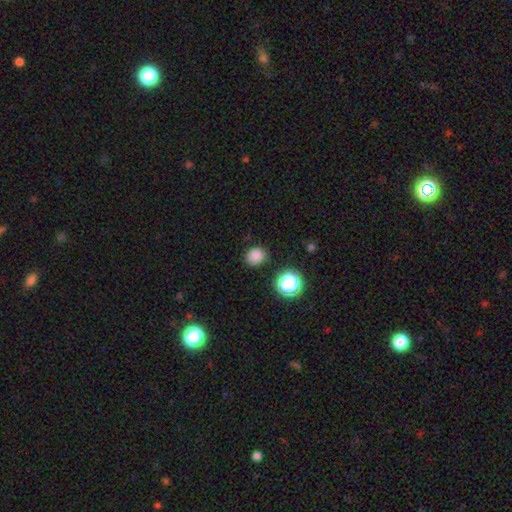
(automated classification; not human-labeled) Smooth or featured: smooth — 81% (star or artifact — 15%)
How rounded: round — 72% (in between — 27%)
Merging: none — 84% (minor disturbance — 11%)